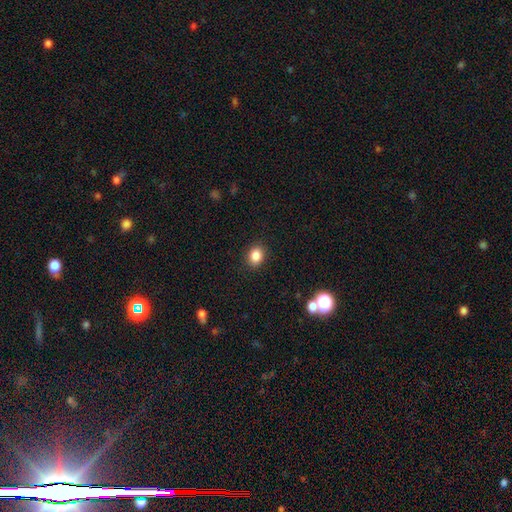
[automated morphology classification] smooth_or_featured: smooth (p=0.86) [alt: star or artifact p=0.10]
how_rounded: in between (p=0.57) [alt: round p=0.42]
merging: none (p=0.90) [alt: minor disturbance p=0.07]